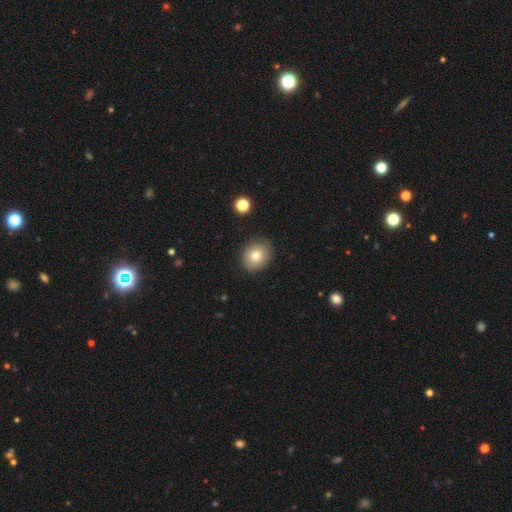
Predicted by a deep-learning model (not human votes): A smooth galaxy with no disk features (79%) that is round (57%). Merging: none (86%).